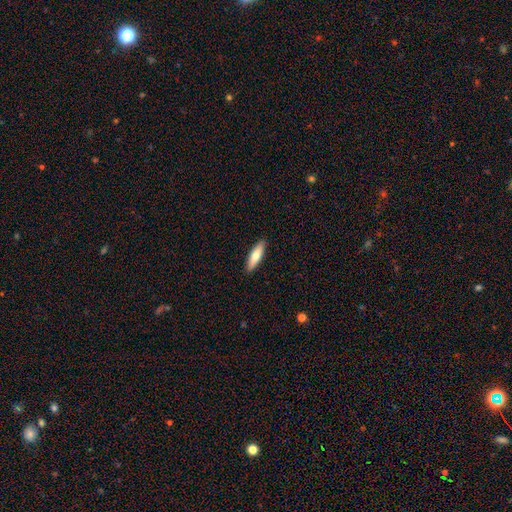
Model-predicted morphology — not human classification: This appears to be a smooth galaxy with no disk features (71%) that is cigar-shaped (62%). Merging: none (90%).